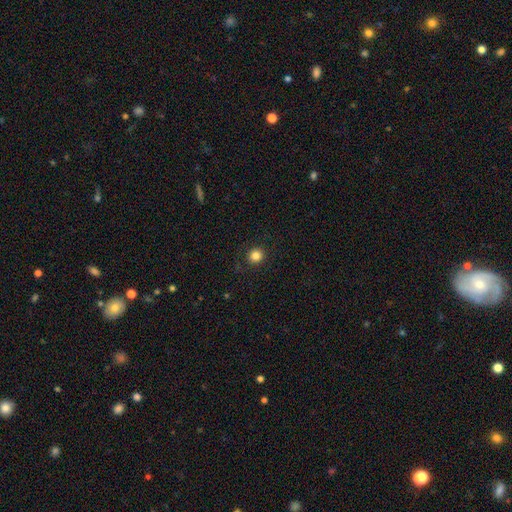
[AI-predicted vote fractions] Smooth or featured? Predicted: smooth (p=0.84). How rounded? Predicted: round (p=0.92). Merging? Predicted: none (p=0.91).